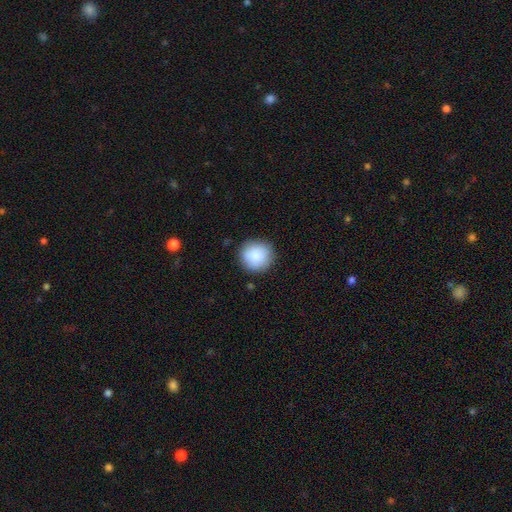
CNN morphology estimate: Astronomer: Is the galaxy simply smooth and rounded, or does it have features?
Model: smooth — 88%.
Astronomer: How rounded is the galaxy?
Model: round — 93%.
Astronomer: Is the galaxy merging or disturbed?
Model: none — 88%.